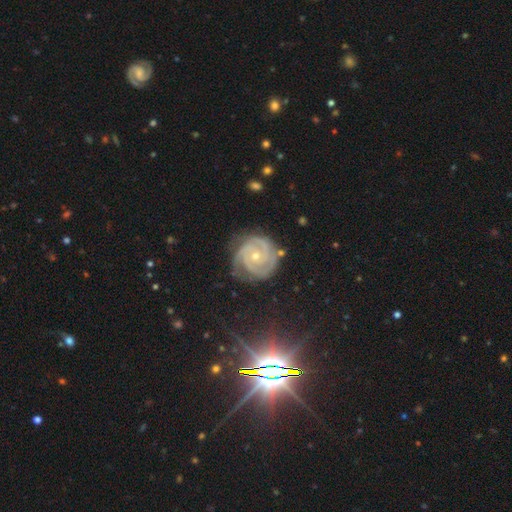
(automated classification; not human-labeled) Morphology: type=featured or disk (90%); edge-on=no (98%); bar=no (72%); spiral arms=yes (98%); winding=tight (77%); arm count=3 (41%); bulge=small (64%); merging=none (73%).